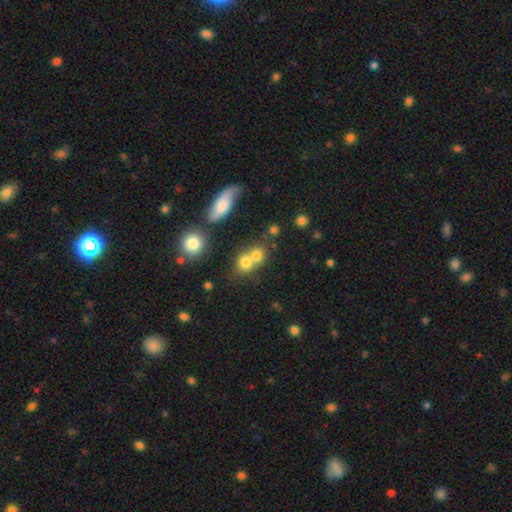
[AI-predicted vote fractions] smooth_or_featured: smooth (p=0.73) [alt: star or artifact p=0.14]
how_rounded: round (p=0.74) [alt: in between p=0.24]
merging: merger (p=0.54) [alt: none p=0.35]